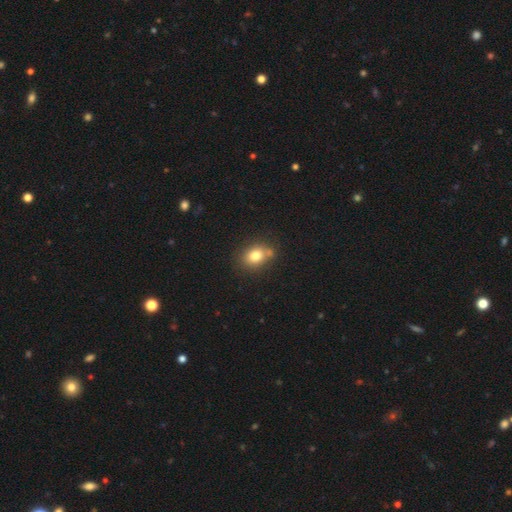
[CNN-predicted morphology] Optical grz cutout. It shows a smooth galaxy with no disk features (78%) that is in between round and cigar-shaped (58%). Merging: none (66%).